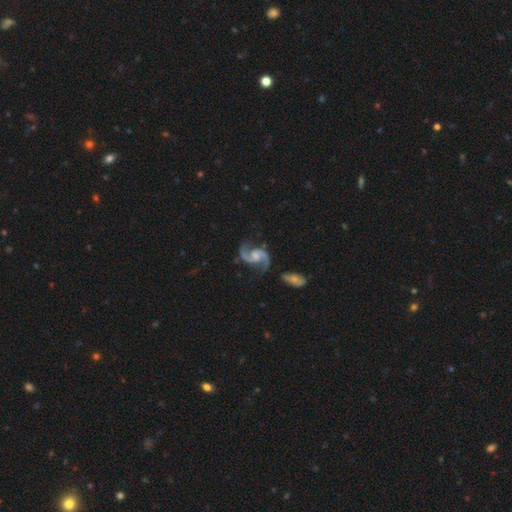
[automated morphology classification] smooth-or-featured: featured or disk: 93% | star or artifact: 4% | smooth: 3%
  disk-edge-on: no: 98% | yes: 2%
    bar: no: 51% | weak: 40% | strong: 9%
    has-spiral-arms: yes: 98% | no: 2%
      spiral-winding: medium: 48% | loose: 44% | tight: 8%
      spiral-arm-count: 2: 94% | can't tell: 1% | 1: 1% | 3: 1% | 4: 1% | more than 4: 1%
    bulge-size: moderate: 33% | small: 32% | none: 26% | large: 7% | dominant: 2%
  merging: none: 74% | minor disturbance: 16% | major disturbance: 7% | merger: 4%